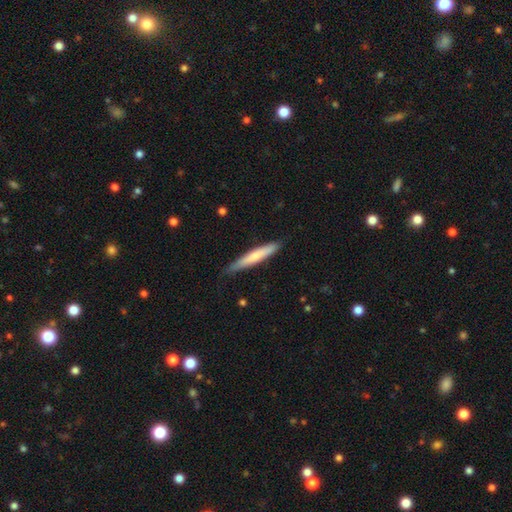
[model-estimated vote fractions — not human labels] A smooth galaxy with no disk features (66%) that is cigar-shaped (93%). Merging: none (83%).